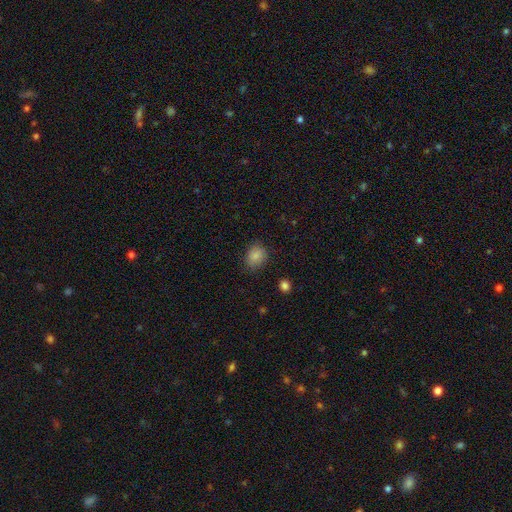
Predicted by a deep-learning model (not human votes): The model was most divided on "how rounded": round: 53%, in between: 46%, cigar-shaped: 1%. More confident: smooth or featured — smooth (86%); merging — none (80%).